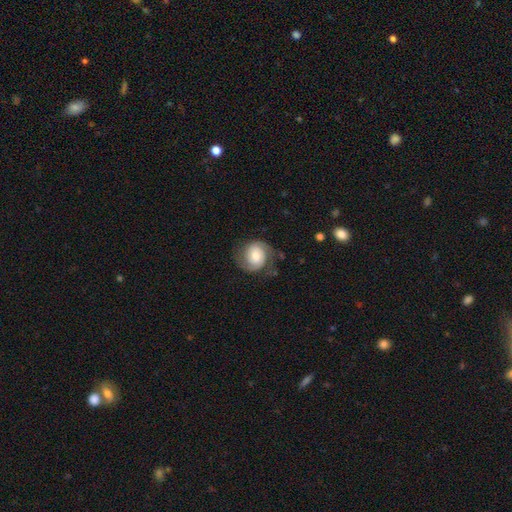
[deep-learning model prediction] smooth-or-featured: featured or disk: 70% | smooth: 24% | star or artifact: 7%
  disk-edge-on: no: 98% | yes: 2%
    bar: no: 64% | weak: 29% | strong: 7%
    has-spiral-arms: yes: 93% | no: 7%
      spiral-winding: tight: 43% | medium: 40% | loose: 17%
      spiral-arm-count: 2: 84% | can't tell: 7% | 1: 5% | 3: 2% | 4: 1% | more than 4: 1%
    bulge-size: moderate: 55% | small: 25% | large: 15% | dominant: 3% | none: 3%
  merging: none: 66% | minor disturbance: 20% | major disturbance: 12% | merger: 1%